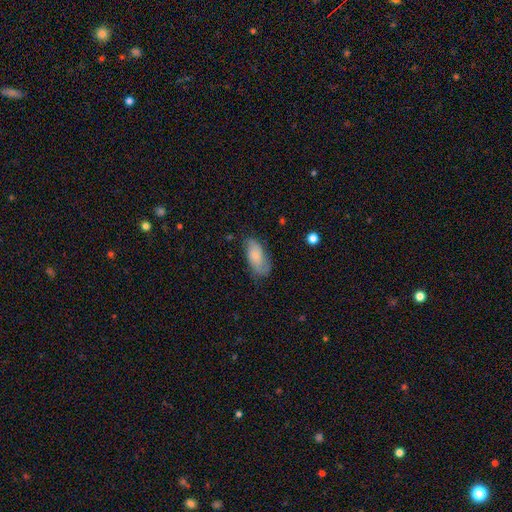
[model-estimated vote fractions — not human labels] Q: Smooth or featured?
A: smooth (58%); runner-up: featured or disk (34%)
Q: How rounded?
A: in between (88%); runner-up: cigar-shaped (9%)
Q: Merging?
A: none (63%); runner-up: minor disturbance (26%)